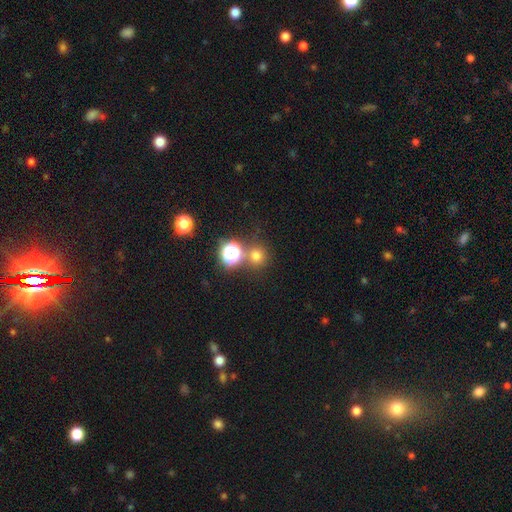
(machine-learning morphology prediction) The model was most divided on "smooth or featured": smooth: 68%, star or artifact: 25%, featured or disk: 7%. More confident: how rounded — round (90%); merging — none (73%).